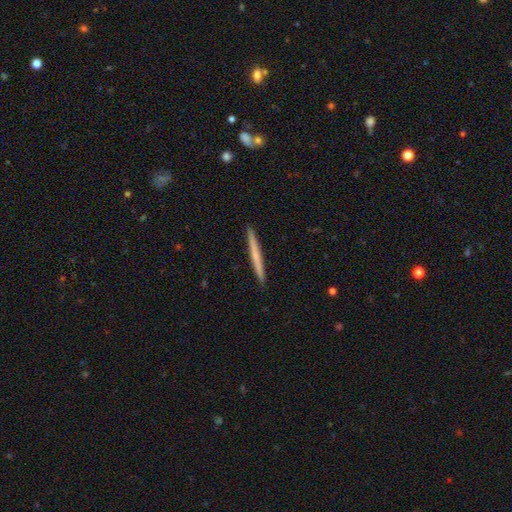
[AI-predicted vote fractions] A smooth galaxy with no disk features (56%) that is cigar-shaped (97%). Merging: none (93%).